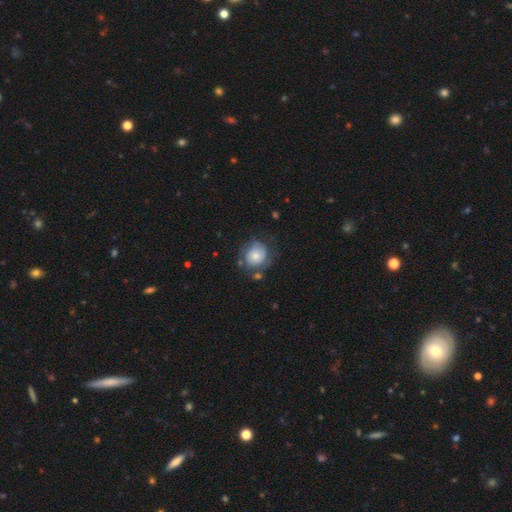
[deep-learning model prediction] A smooth galaxy with no disk features (59%) that is round (74%).

Vote fractions:
- Smooth or featured? smooth: 59% / featured or disk: 33% / star or artifact: 8%
- How rounded? round: 74% / in between: 25% / cigar-shaped: 1%
- Merging? none: 57% / minor disturbance: 25% / major disturbance: 14% / merger: 5%